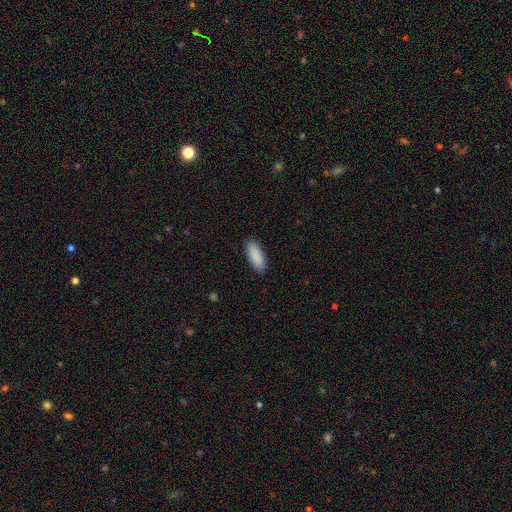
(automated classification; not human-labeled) The model was most divided on "how rounded": in between: 66%, cigar-shaped: 33%, round: 2%. More confident: smooth or featured — smooth (90%); merging — none (89%).